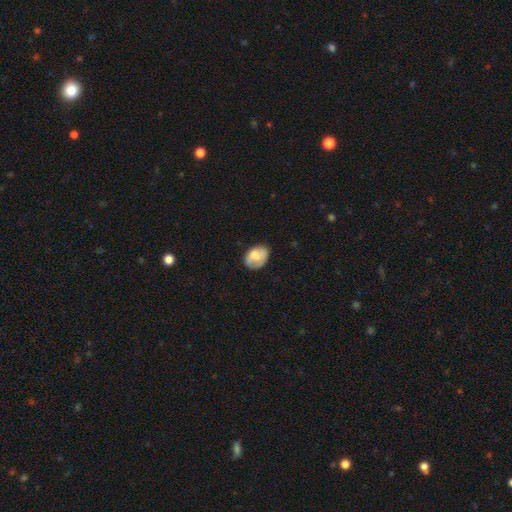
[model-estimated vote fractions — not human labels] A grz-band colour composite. It shows a smooth galaxy with no disk features (71%) that is in between round and cigar-shaped (74%). Merging: none (59%).